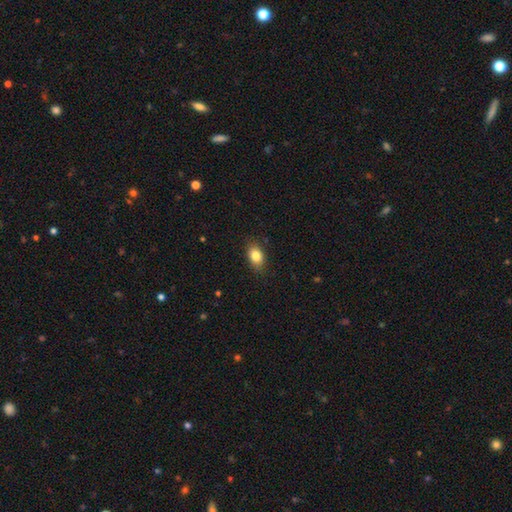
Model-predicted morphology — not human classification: The model was most divided on "how rounded": in between: 80%, round: 18%, cigar-shaped: 2%. More confident: smooth or featured — smooth (84%); merging — none (83%).